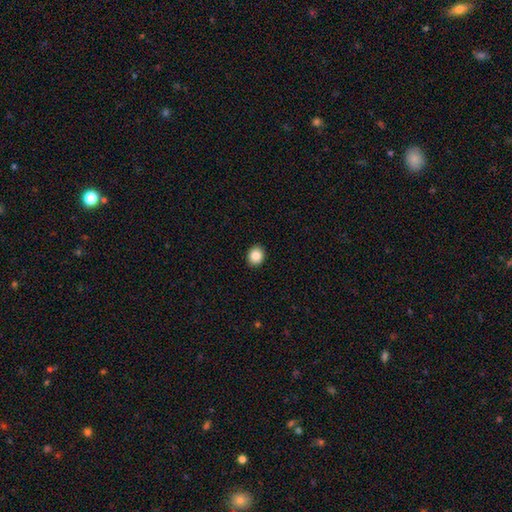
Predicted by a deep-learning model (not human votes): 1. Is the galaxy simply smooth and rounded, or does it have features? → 86% smooth, 9% star or artifact, 5% featured or disk.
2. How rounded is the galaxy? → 67% round, 32% in between, 1% cigar-shaped.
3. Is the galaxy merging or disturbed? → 92% none, 6% minor disturbance, 2% major disturbance, 1% merger.